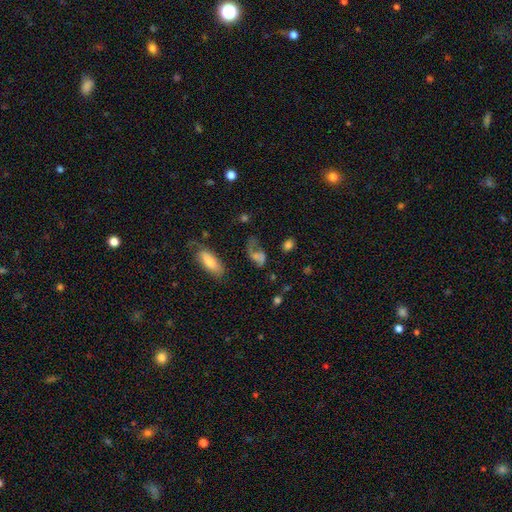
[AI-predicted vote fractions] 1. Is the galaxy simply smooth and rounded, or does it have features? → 41% smooth, 39% featured or disk, 19% star or artifact.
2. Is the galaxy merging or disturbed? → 43% none, 28% major disturbance, 19% minor disturbance, 10% merger.